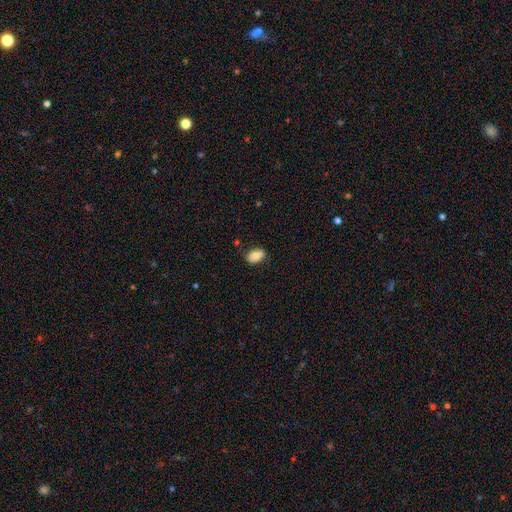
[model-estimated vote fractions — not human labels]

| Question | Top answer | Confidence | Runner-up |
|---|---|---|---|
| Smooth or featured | smooth | 84% | featured or disk (9%) |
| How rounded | in between | 89% | round (10%) |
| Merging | none | 81% | minor disturbance (15%) |